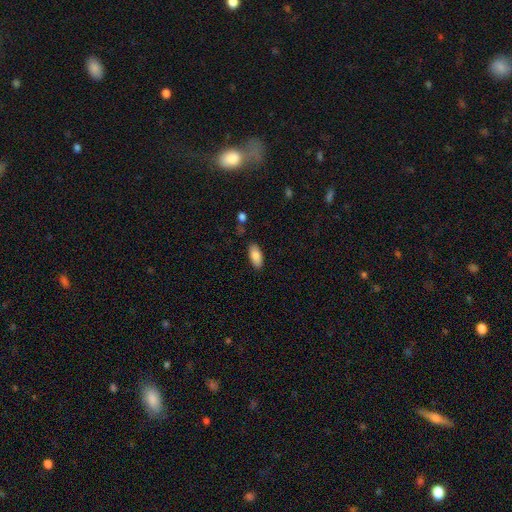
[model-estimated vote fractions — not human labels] Overall: smooth (86%). How rounded: in between (90%). Merging: none (84%).